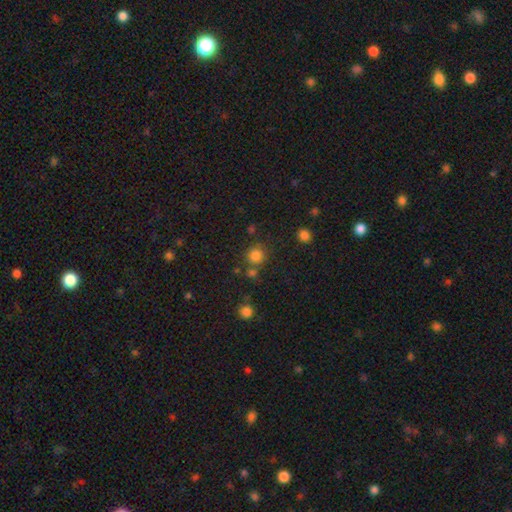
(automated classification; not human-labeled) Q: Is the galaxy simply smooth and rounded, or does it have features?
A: smooth — 81%.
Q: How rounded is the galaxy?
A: round — 92%.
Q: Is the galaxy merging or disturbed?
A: none — 75%.